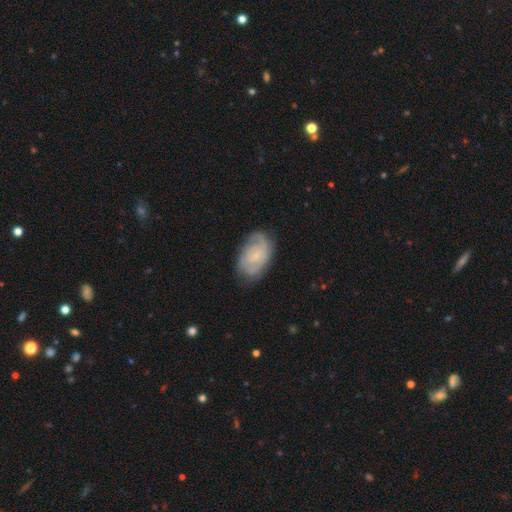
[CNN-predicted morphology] This appears to be a featured or disk galaxy (69%) with no bar (68%), 2 (41%) tight (55%) spiral arms (89%) and a small central bulge (70%). Merging: none (68%).